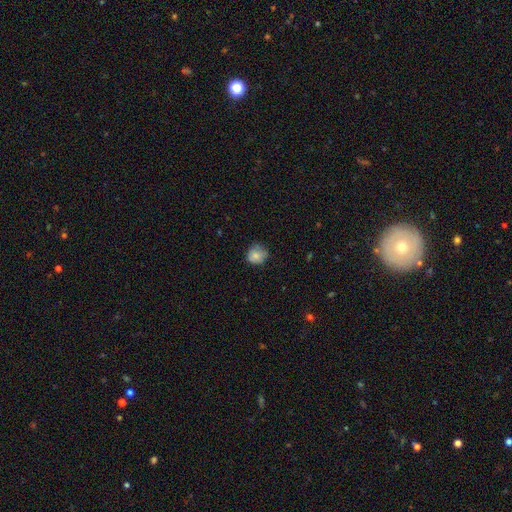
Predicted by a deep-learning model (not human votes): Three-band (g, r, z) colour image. It shows a smooth galaxy with no disk features (81%) that is round (84%). Merging: none (65%).